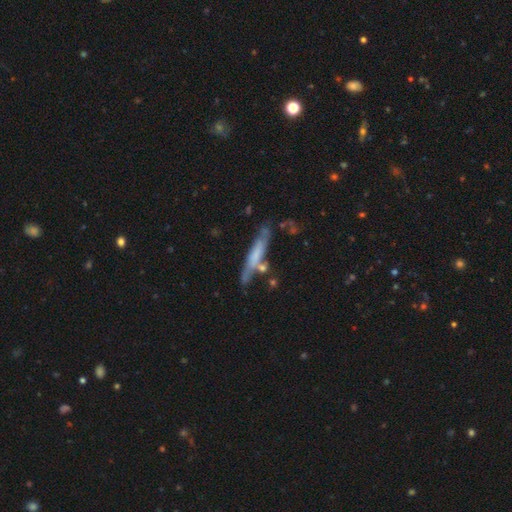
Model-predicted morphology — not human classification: This is possibly a smooth galaxy (47%). Merging: possibly none (58%).